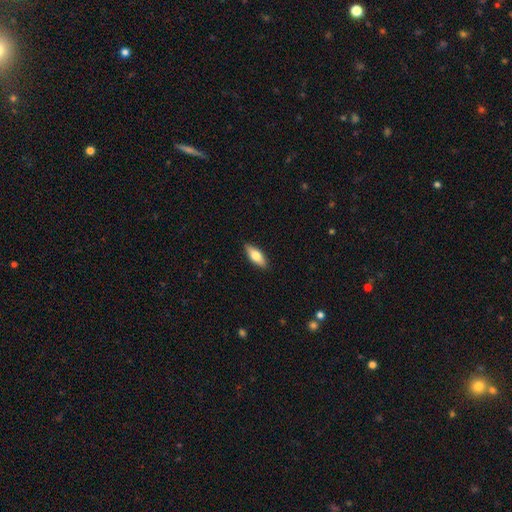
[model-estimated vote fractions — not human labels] Morphology: type=smooth (71%); roundness=in between (72%); merging=none (89%).